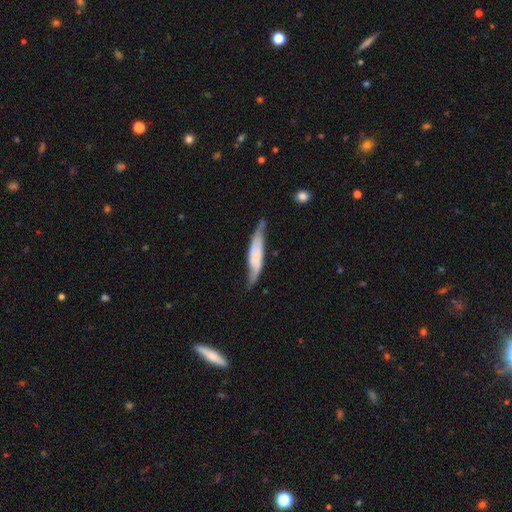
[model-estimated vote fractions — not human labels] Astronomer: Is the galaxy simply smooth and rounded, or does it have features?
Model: featured or disk — 51% (runner-up: smooth, 42%).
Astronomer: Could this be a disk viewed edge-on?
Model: no — 51% (runner-up: yes, 49%).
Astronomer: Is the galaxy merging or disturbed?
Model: none — 55% (runner-up: minor disturbance, 31%).